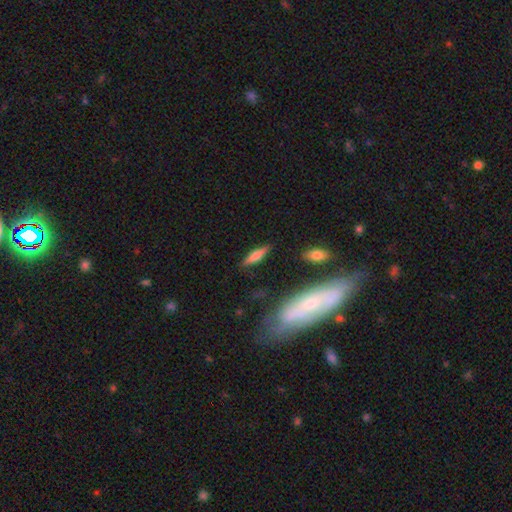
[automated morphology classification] This is possibly a smooth galaxy (60%). How rounded: likely cigar-shaped (63%). Merging: clearly none (85%).